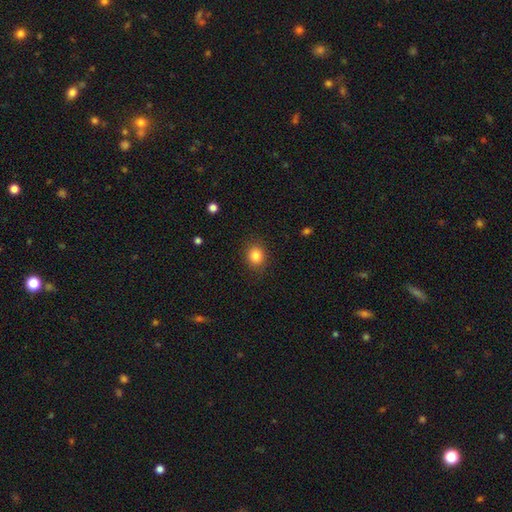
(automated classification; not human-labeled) Smooth or featured: smooth — 84% (star or artifact — 10%)
How rounded: round — 70% (in between — 29%)
Merging: none — 88% (minor disturbance — 8%)